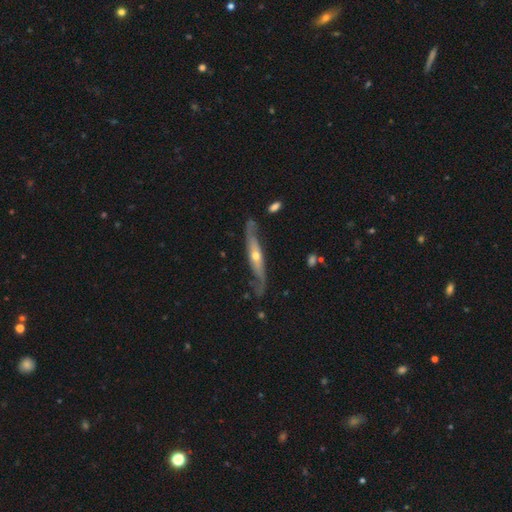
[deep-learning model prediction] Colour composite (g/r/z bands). It shows a featured or disk galaxy (82%) viewed edge-on (53%). Merging: none (74%).